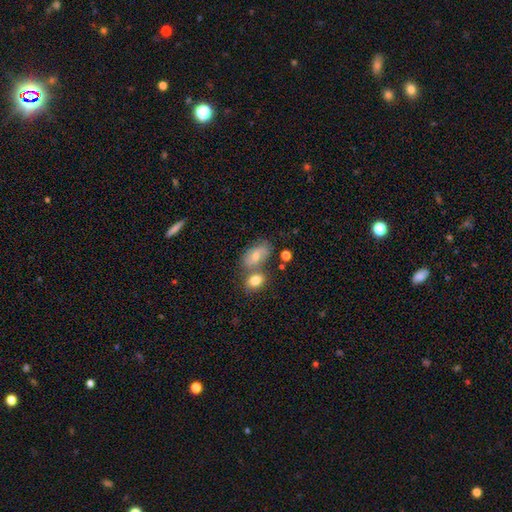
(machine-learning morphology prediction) This is likely a smooth galaxy (64%). How rounded: clearly in between (86%). Merging: marginally none (44%).